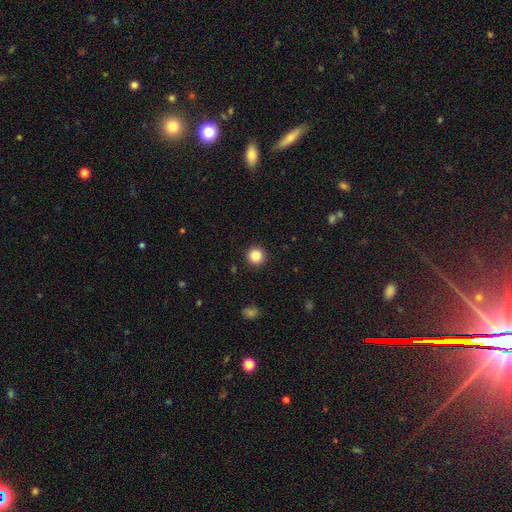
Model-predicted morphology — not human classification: Smooth or featured? smooth (88%)
How rounded? round (95%)
Merging? none (92%)